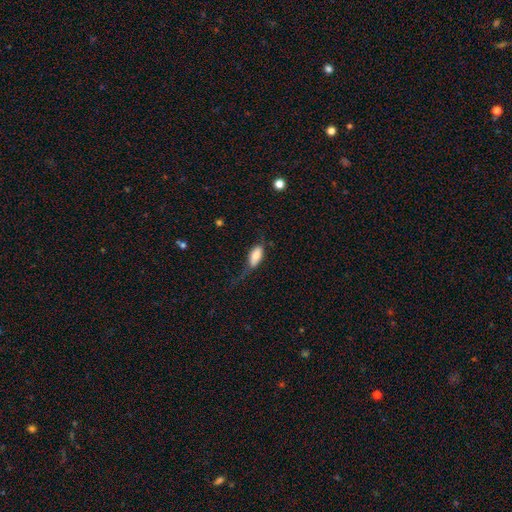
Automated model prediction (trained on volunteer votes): smooth_or_featured: smooth (p=0.75) [alt: featured or disk p=0.18]
how_rounded: in between (p=0.87) [alt: cigar-shaped p=0.10]
merging: none (p=0.36) [alt: major disturbance p=0.31]